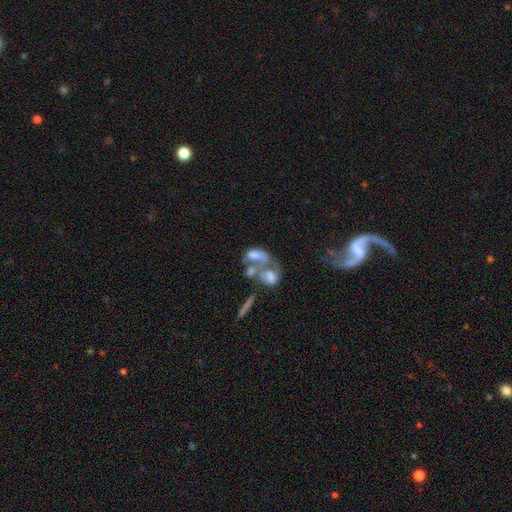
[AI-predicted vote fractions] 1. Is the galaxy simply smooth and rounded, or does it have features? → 47% smooth, 42% featured or disk, 12% star or artifact.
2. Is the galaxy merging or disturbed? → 63% merger, 20% major disturbance, 11% none, 7% minor disturbance.